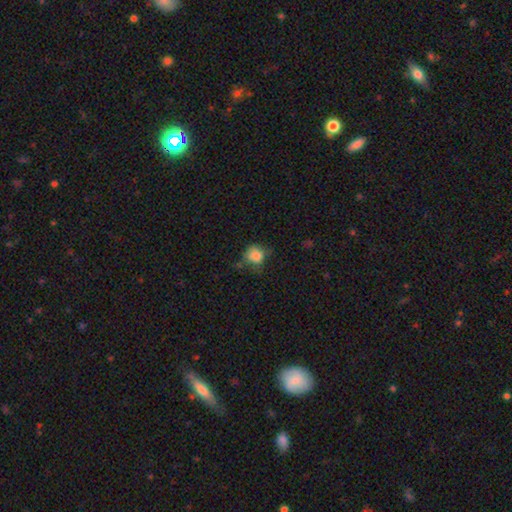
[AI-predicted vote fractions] A smooth galaxy with no disk features (83%) that is round (76%). Merging: none (53%).